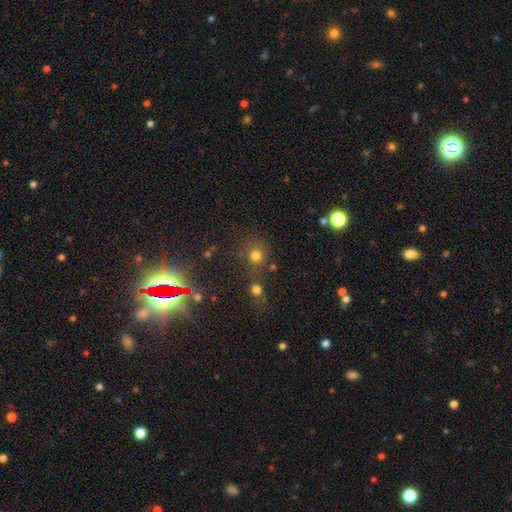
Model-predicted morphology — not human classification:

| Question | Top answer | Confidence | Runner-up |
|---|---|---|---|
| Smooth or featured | smooth | 69% | star or artifact (23%) |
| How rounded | round | 88% | in between (11%) |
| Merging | none | 64% | merger (19%) |